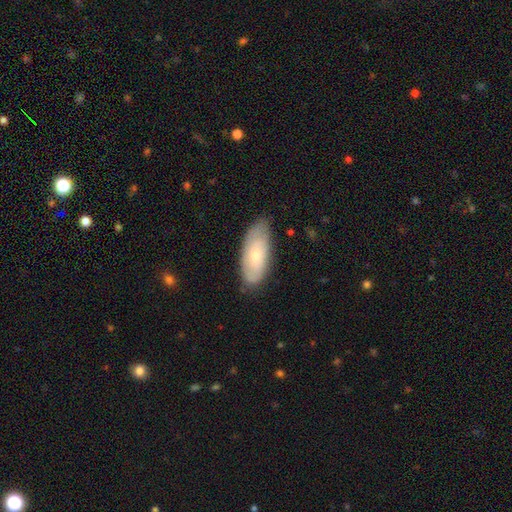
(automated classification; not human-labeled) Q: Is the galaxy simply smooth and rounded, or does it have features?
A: smooth — 58%.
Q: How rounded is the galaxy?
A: in between — 84%.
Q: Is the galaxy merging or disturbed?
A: none — 74%.